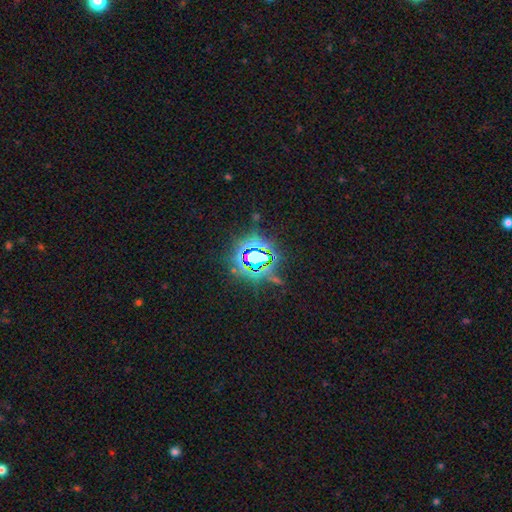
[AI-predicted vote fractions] Overall: star or artifact (78%).